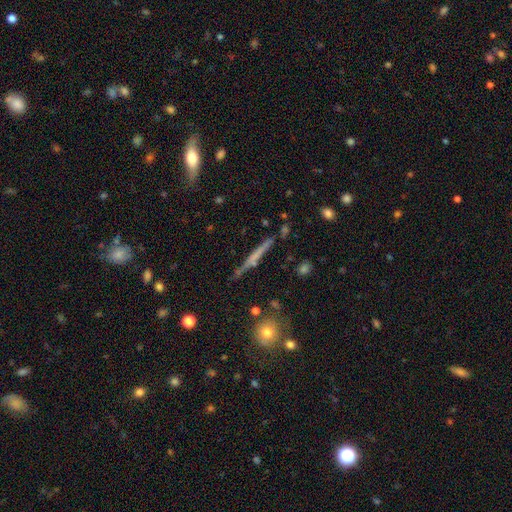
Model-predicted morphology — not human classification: This is possibly a featured or disk galaxy (54%). It is clearly viewed edge-on (96%). Edge-on bulge: likely none (74%). Merging: clearly none (83%).